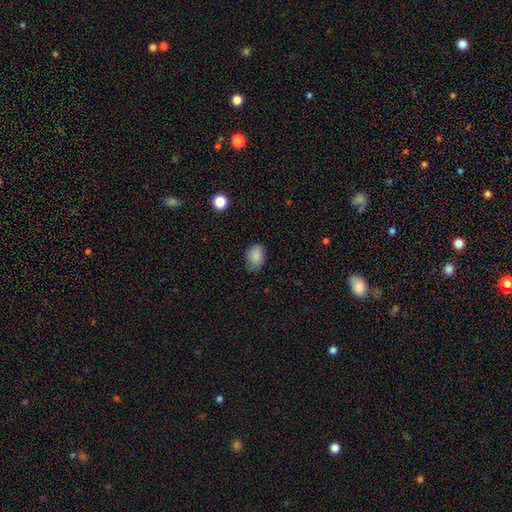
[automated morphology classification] Smooth or featured: smooth — 85% (star or artifact — 9%)
How rounded: in between — 77% (round — 22%)
Merging: none — 63% (minor disturbance — 30%)